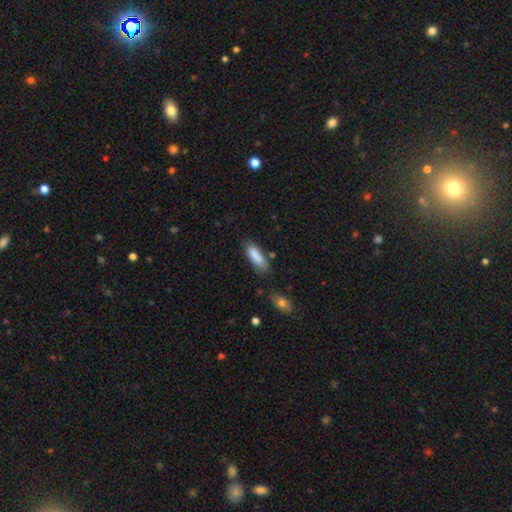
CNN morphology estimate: A smooth galaxy with no disk features (86%) that is in between round and cigar-shaped (61%). Merging: none (66%).